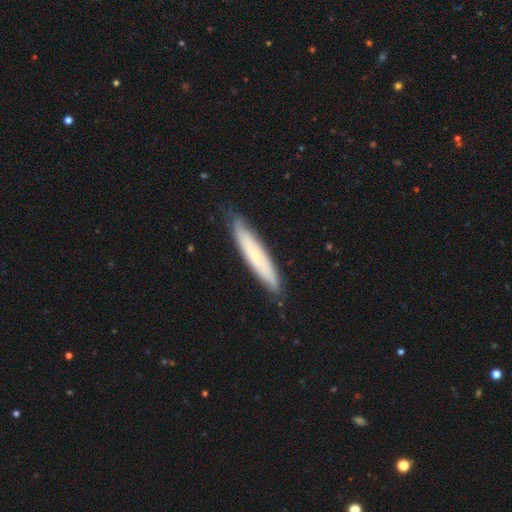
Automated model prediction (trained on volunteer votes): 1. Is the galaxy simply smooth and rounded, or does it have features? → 48% smooth, 45% featured or disk, 7% star or artifact.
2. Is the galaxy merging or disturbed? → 82% none, 14% minor disturbance, 2% major disturbance, 1% merger.